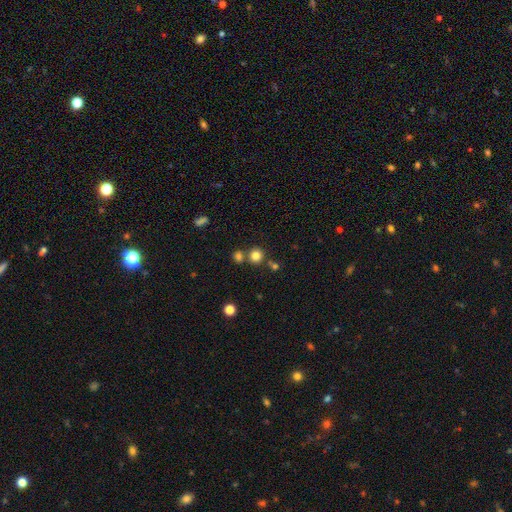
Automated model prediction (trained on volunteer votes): A smooth galaxy with no disk features (80%) that is round (90%).

Vote fractions:
- Smooth or featured? smooth: 80% / star or artifact: 14% / featured or disk: 6%
- How rounded? round: 90% / in between: 9% / cigar-shaped: 1%
- Merging? none: 70% / merger: 19% / minor disturbance: 8% / major disturbance: 3%